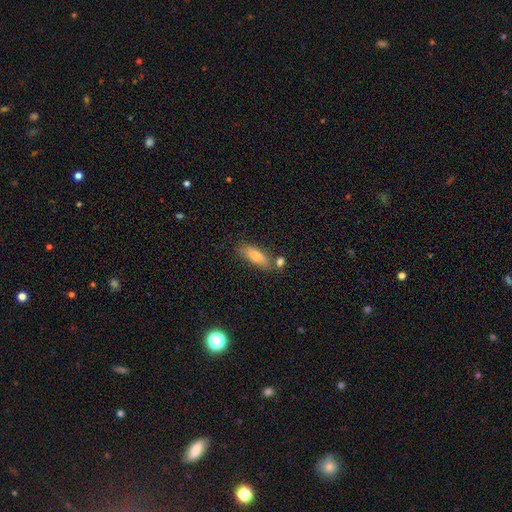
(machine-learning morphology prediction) A smooth galaxy with no disk features (76%) that is in between round and cigar-shaped (61%). Merging: none (72%).